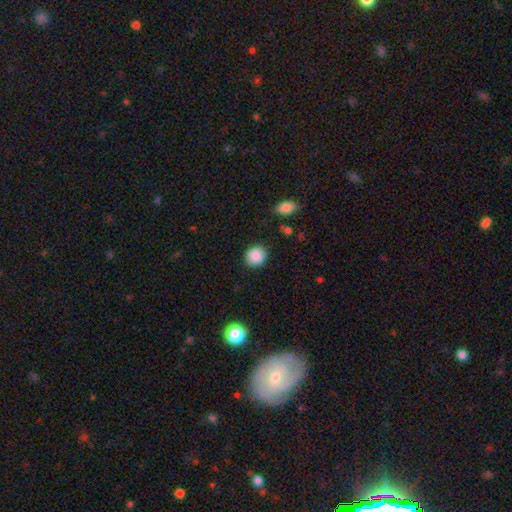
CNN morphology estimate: Smooth or featured?
  - smooth: 88% *
  - star or artifact: 8%
  - featured or disk: 4%
How rounded?
  - round: 81% *
  - in between: 18%
  - cigar-shaped: 1%
Merging?
  - none: 86% *
  - minor disturbance: 10%
  - major disturbance: 3%
  - merger: 2%